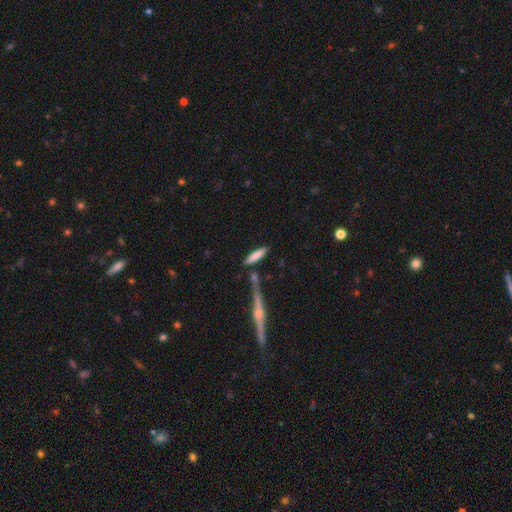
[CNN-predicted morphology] Smooth or featured?
  - smooth: 74% *
  - featured or disk: 18%
  - star or artifact: 7%
How rounded?
  - cigar-shaped: 72% *
  - in between: 26%
  - round: 2%
Merging?
  - none: 68% *
  - merger: 16%
  - minor disturbance: 13%
  - major disturbance: 4%